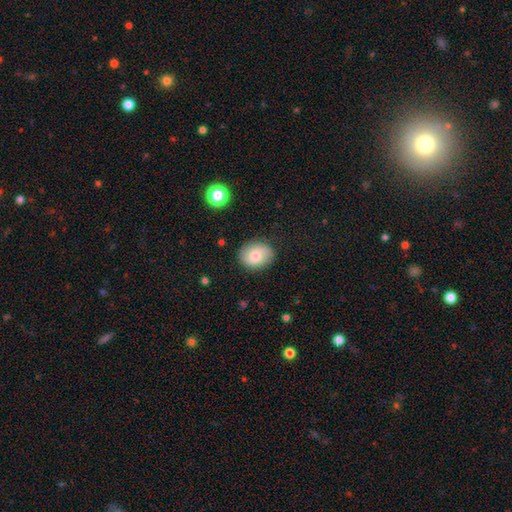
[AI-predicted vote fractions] Overall: smooth (68%). How rounded: round (52%; in between 47%). Merging: none (84%).